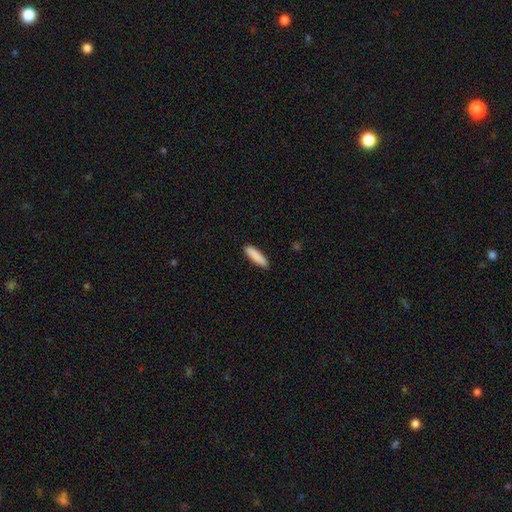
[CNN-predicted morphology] This appears to be a smooth galaxy with no disk features (89%) that is cigar-shaped (73%). Merging: none (90%).